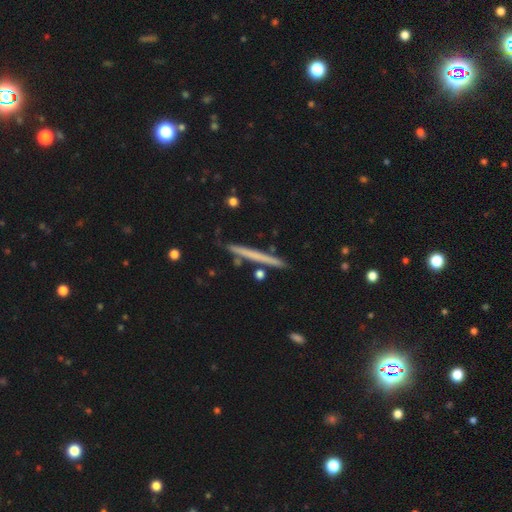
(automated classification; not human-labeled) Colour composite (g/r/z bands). It shows a smooth galaxy with no disk features (48%). Merging: none (88%).